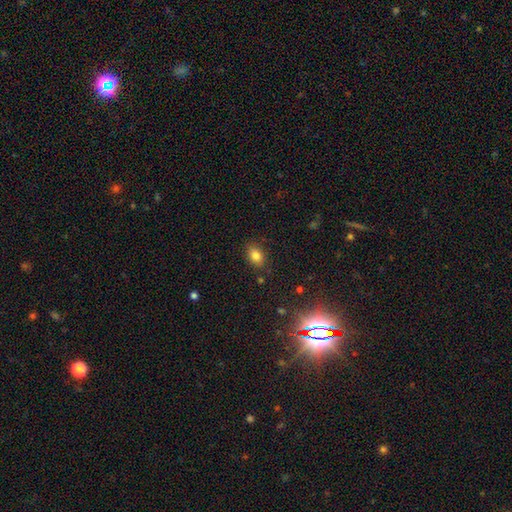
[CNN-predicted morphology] Smooth or featured: smooth — 81% (star or artifact — 11%)
How rounded: in between — 77% (round — 22%)
Merging: none — 84% (minor disturbance — 11%)